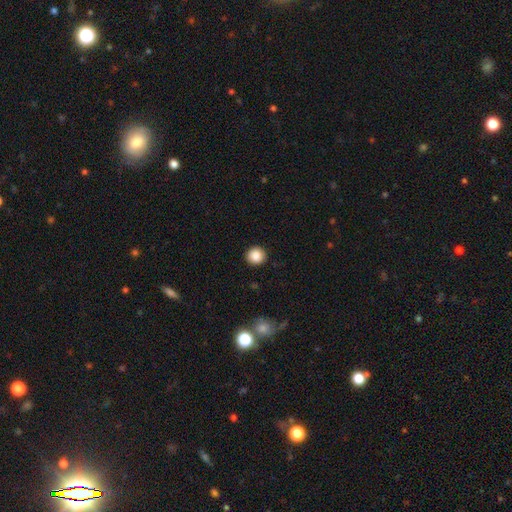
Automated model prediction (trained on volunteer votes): smooth 88%, star or artifact 9%, featured or disk 3%. Down the decision tree: how rounded — round (92%); merging — none (92%).